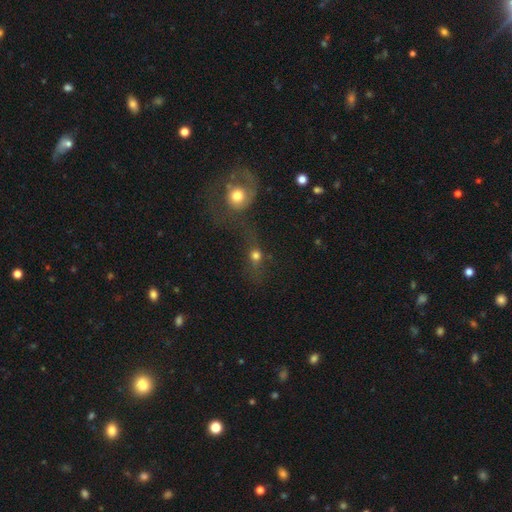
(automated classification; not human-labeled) smooth-or-featured: smooth: 57% | featured or disk: 21% | star or artifact: 21%
  how-rounded: round: 63% | in between: 29% | cigar-shaped: 8%
  merging: merger: 38% | none: 33% | major disturbance: 18% | minor disturbance: 12%